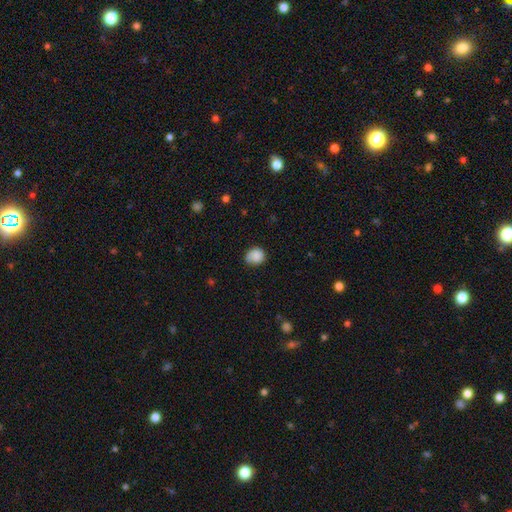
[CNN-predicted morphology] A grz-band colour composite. It shows a smooth galaxy with no disk features (85%) that is round (67%). Merging: none (68%).